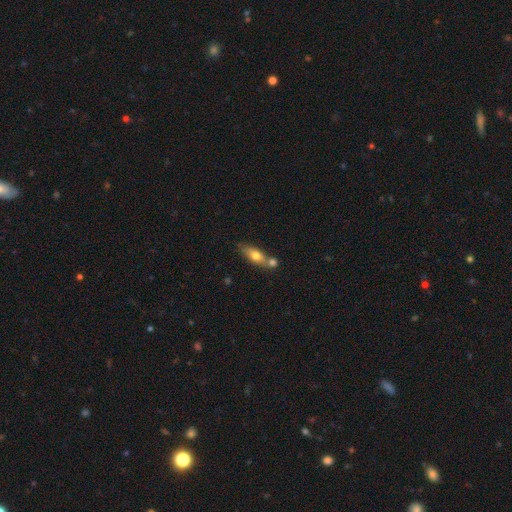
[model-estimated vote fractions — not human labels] Morphology: type=smooth (67%); roundness=in between (64%); merging=none (45%).